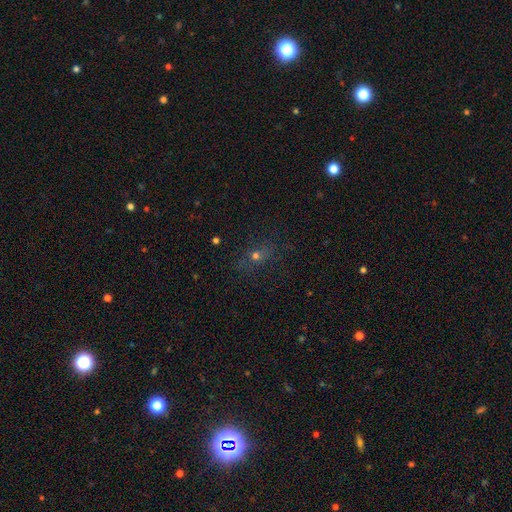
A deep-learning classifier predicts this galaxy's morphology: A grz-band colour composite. It shows a smooth galaxy with no disk features (41%). Merging: none (79%).